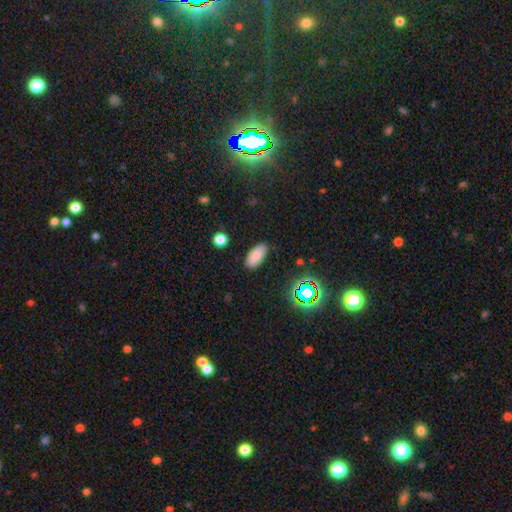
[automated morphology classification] Overall: smooth (82%). How rounded: in between (92%). Merging: none (85%).